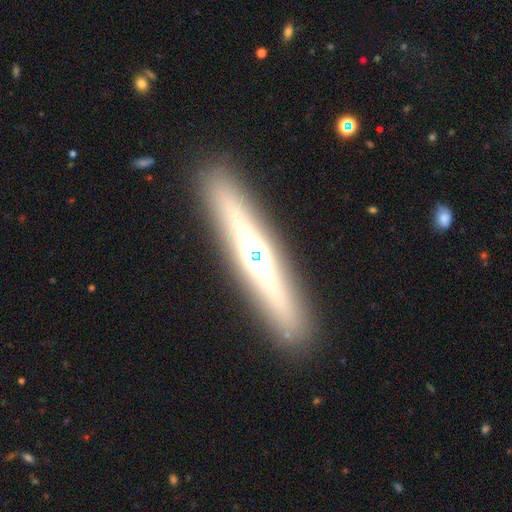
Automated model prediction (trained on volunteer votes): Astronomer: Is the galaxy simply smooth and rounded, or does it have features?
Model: featured or disk — 62%.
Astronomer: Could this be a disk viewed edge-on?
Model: yes — 93%.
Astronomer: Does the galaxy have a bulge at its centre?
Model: rounded — 87%.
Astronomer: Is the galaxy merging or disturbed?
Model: none — 88%.